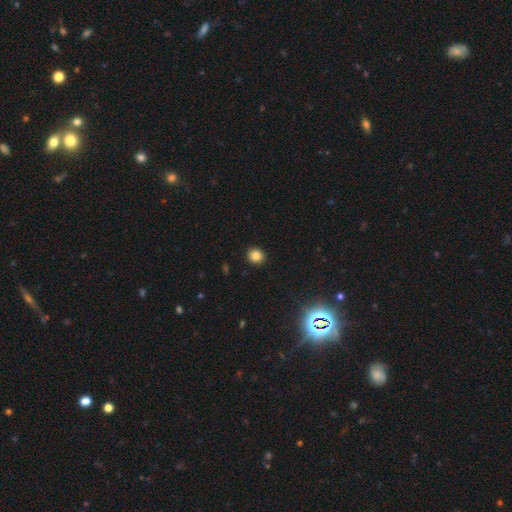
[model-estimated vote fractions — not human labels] smooth 82%, star or artifact 12%, featured or disk 6%. Down the decision tree: how rounded — round (88%); merging — none (93%).